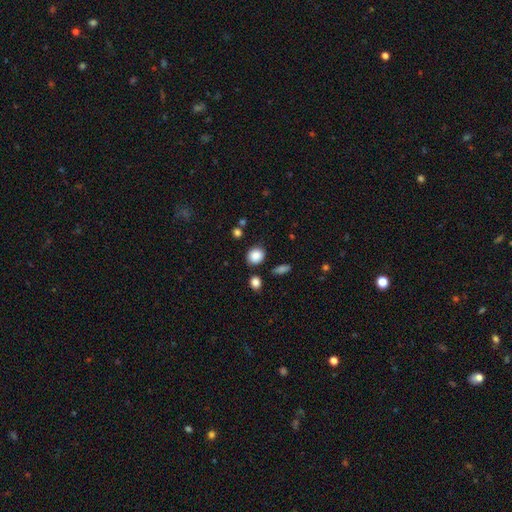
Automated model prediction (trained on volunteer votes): This appears to be a smooth galaxy with no disk features (86%) that is round (69%). Merging: none (79%).